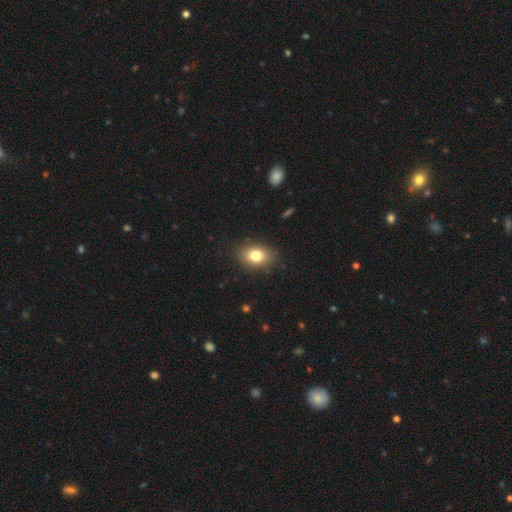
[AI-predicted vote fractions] The model was most divided on "how rounded": in between: 77%, round: 21%, cigar-shaped: 1%. More confident: merging — none (86%); smooth or featured — smooth (80%).